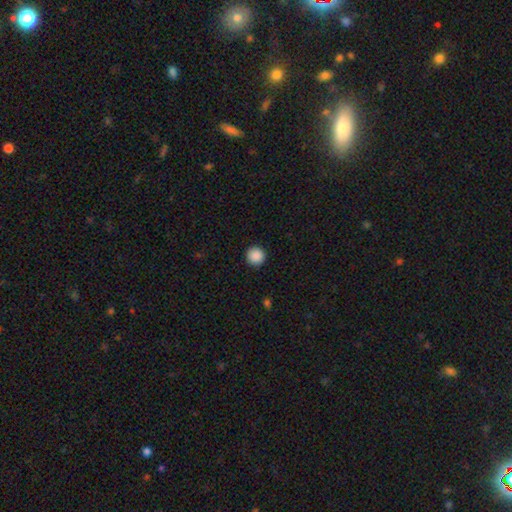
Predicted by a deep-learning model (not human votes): The model was most divided on "smooth or featured": smooth: 89%, star or artifact: 9%, featured or disk: 2%. More confident: how rounded — round (96%); merging — none (93%).